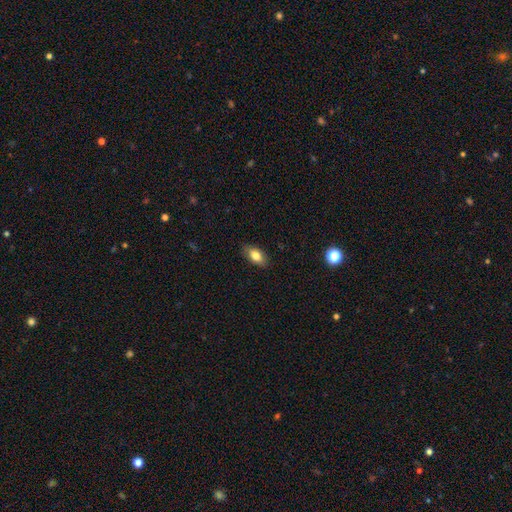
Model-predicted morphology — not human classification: A smooth galaxy with no disk features (79%) that is in between round and cigar-shaped (90%).

Vote fractions:
- Smooth or featured? smooth: 79% / featured or disk: 13% / star or artifact: 7%
- How rounded? in between: 90% / round: 5% / cigar-shaped: 5%
- Merging? none: 85% / minor disturbance: 11% / major disturbance: 2% / merger: 1%